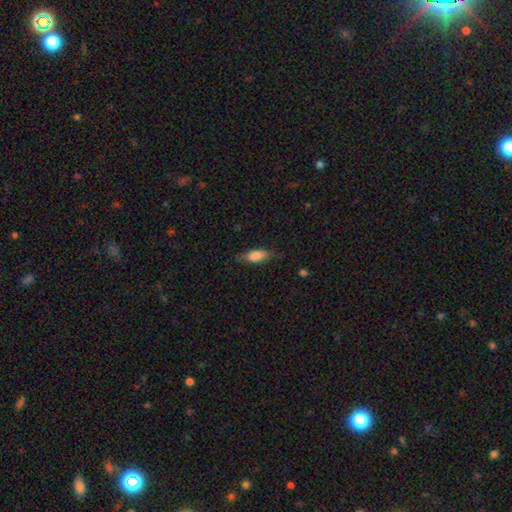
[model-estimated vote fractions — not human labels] This is likely a smooth galaxy (78%). How rounded: likely in between (74%). Merging: likely none (72%).